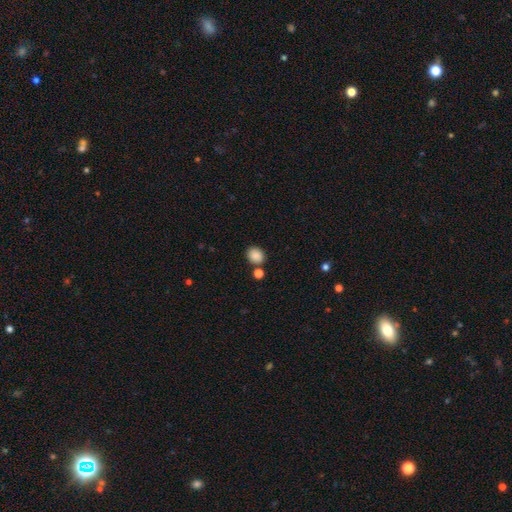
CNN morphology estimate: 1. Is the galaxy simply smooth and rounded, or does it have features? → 87% smooth, 9% star or artifact, 4% featured or disk.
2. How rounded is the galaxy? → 58% round, 41% in between, 1% cigar-shaped.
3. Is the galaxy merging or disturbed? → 77% none, 10% minor disturbance, 10% merger, 3% major disturbance.